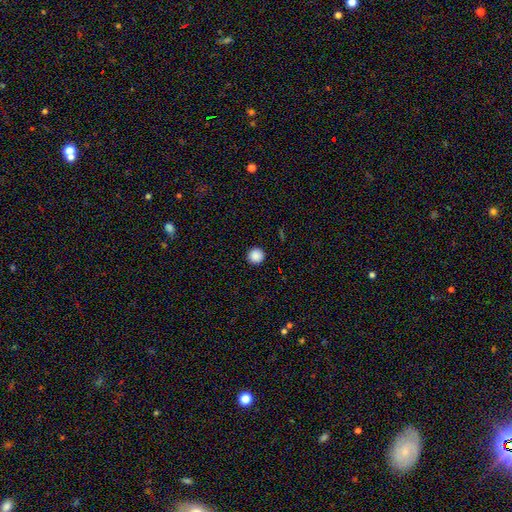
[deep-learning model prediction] Q: Smooth or featured?
A: smooth (88%); runner-up: star or artifact (9%)
Q: How rounded?
A: round (96%); runner-up: in between (3%)
Q: Merging?
A: none (93%); runner-up: minor disturbance (4%)